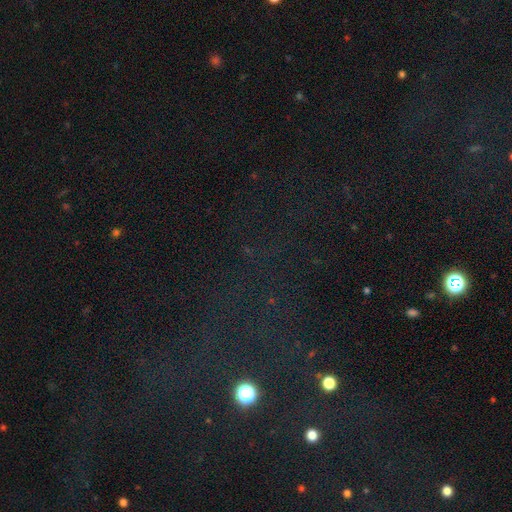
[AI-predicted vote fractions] Morphology: type=star or artifact (72%).